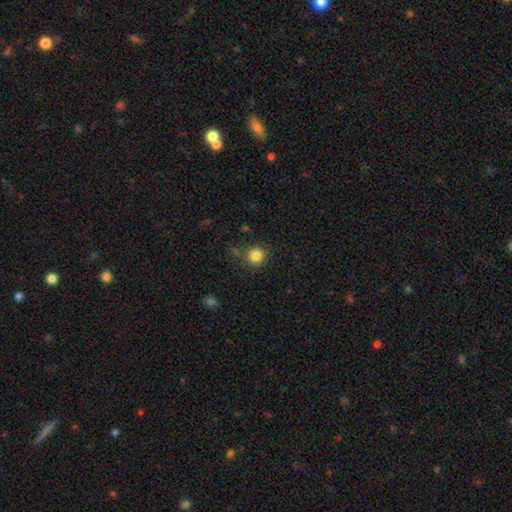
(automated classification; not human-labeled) Smooth or featured: smooth — 84% (star or artifact — 11%)
How rounded: round — 92% (in between — 7%)
Merging: none — 80% (minor disturbance — 11%)